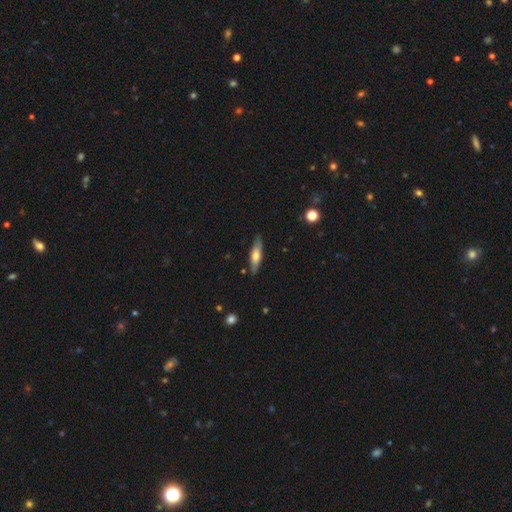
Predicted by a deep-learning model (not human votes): Smooth or featured? smooth (54%)
How rounded? cigar-shaped (67%)
Merging? none (83%)